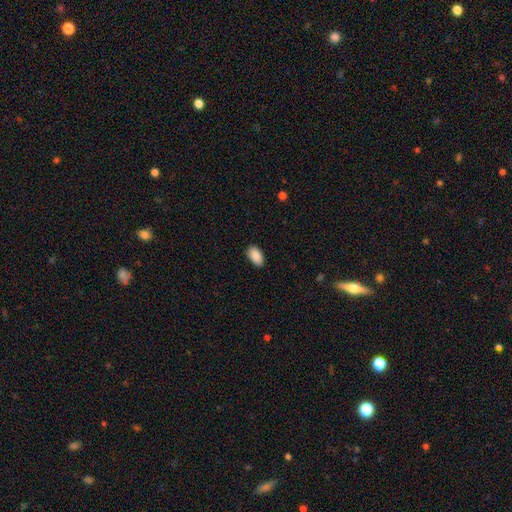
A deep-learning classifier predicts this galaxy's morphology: This appears to be a smooth galaxy with no disk features (89%) that is in between round and cigar-shaped (95%). Merging: none (87%).